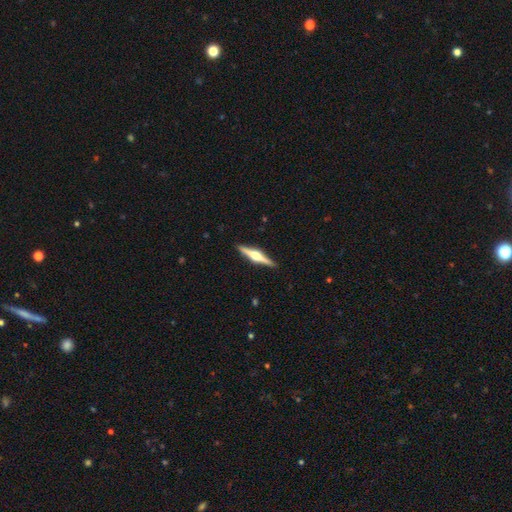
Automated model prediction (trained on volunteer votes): Smooth or featured? Predicted: featured or disk (p=0.79). Edge-on disk? Predicted: yes (p=0.98). Edge-on bulge? Predicted: rounded (p=0.94). Merging? Predicted: none (p=0.92).